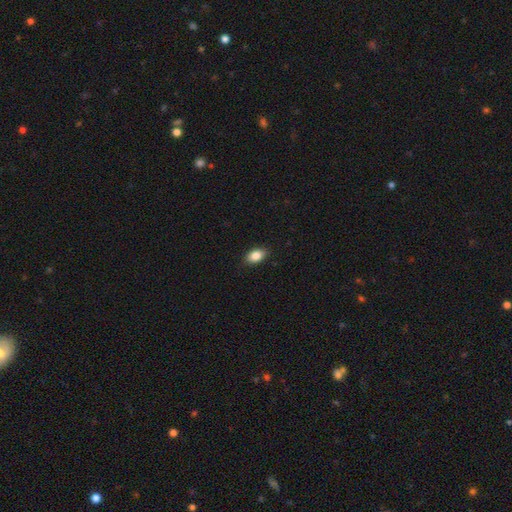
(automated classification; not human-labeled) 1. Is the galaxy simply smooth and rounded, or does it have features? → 86% smooth, 8% star or artifact, 6% featured or disk.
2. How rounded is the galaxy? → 89% in between, 8% round, 3% cigar-shaped.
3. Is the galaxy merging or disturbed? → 88% none, 10% minor disturbance, 2% major disturbance, 1% merger.